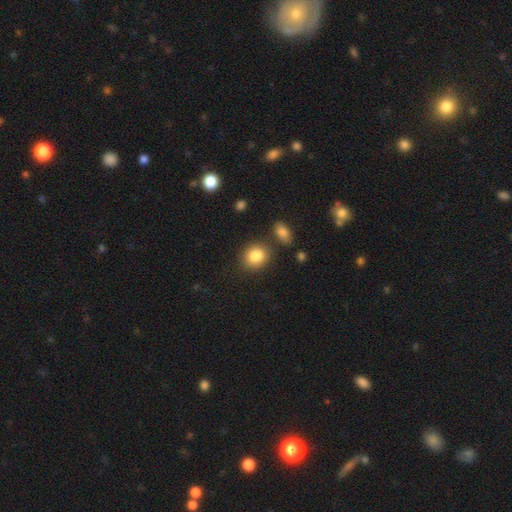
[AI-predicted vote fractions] This appears to be a smooth galaxy with no disk features (86%) that is round (68%). Merging: none (76%).